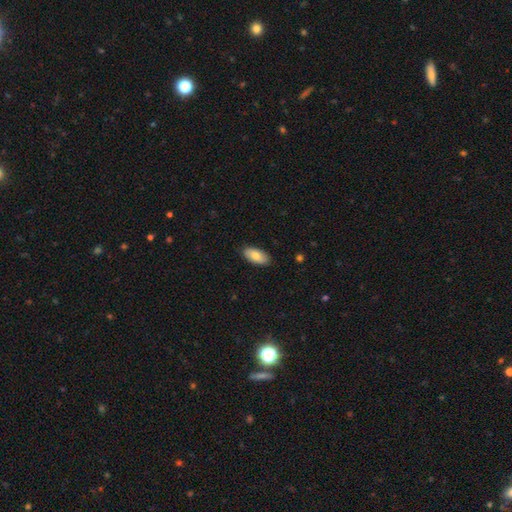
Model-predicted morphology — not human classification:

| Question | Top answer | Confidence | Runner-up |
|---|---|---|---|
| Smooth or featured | smooth | 81% | featured or disk (13%) |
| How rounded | in between | 93% | cigar-shaped (5%) |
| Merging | none | 88% | minor disturbance (10%) |